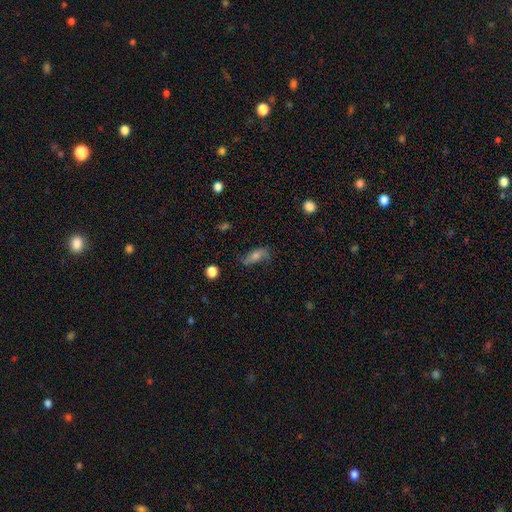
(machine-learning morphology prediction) Overall: featured or disk (50%; smooth 38%). Edge-on disk: no (80%). Merging: none (70%).